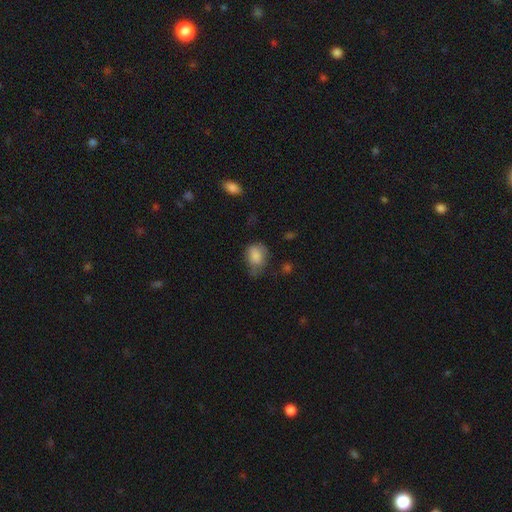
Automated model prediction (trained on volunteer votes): This appears to be a smooth galaxy with no disk features (82%) that is in between round and cigar-shaped (61%). Merging: none (42%).